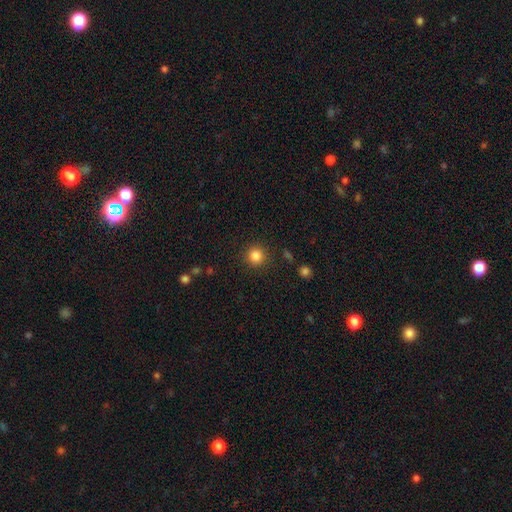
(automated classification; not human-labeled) Smooth or featured?
  - smooth: 84% *
  - star or artifact: 12%
  - featured or disk: 5%
How rounded?
  - round: 93% *
  - in between: 6%
  - cigar-shaped: 1%
Merging?
  - none: 90% *
  - minor disturbance: 6%
  - major disturbance: 3%
  - merger: 2%